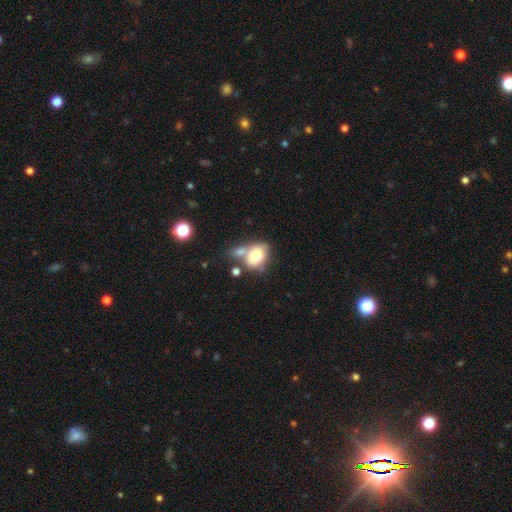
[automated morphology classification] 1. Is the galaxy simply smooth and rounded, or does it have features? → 73% smooth, 17% featured or disk, 9% star or artifact.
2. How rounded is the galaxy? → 61% in between, 38% round, 1% cigar-shaped.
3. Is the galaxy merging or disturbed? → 38% none (tied), 38% merger (tied), 16% minor disturbance, 8% major disturbance.